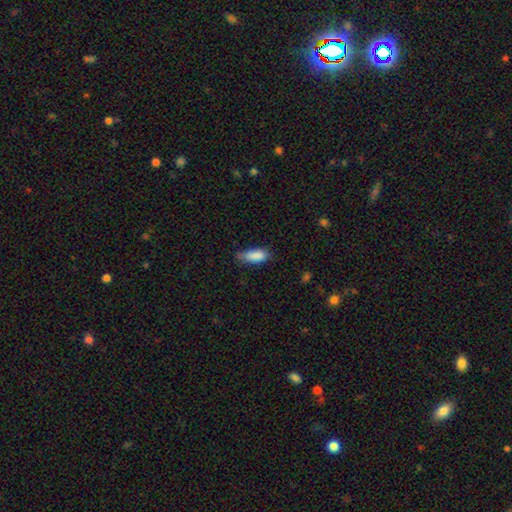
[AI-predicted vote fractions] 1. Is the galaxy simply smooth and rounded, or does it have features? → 87% smooth, 7% star or artifact, 6% featured or disk.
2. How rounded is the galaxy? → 78% in between, 20% cigar-shaped, 2% round.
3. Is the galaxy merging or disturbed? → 55% none, 36% minor disturbance, 8% major disturbance, 2% merger.